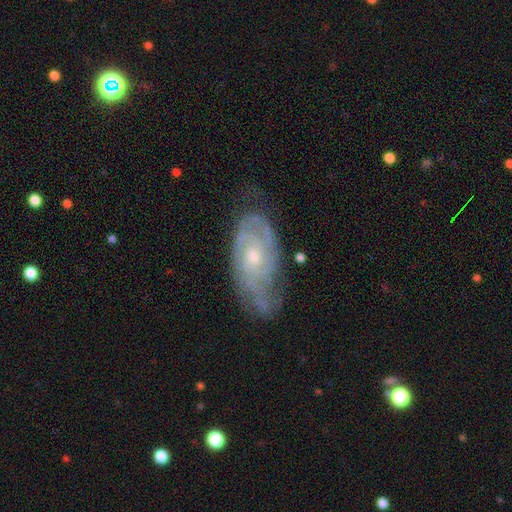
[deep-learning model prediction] A featured or disk galaxy (80%) with no bar (73%), tight (65%) spiral arms (92%) and a small central bulge (53%). Merging: none (68%).